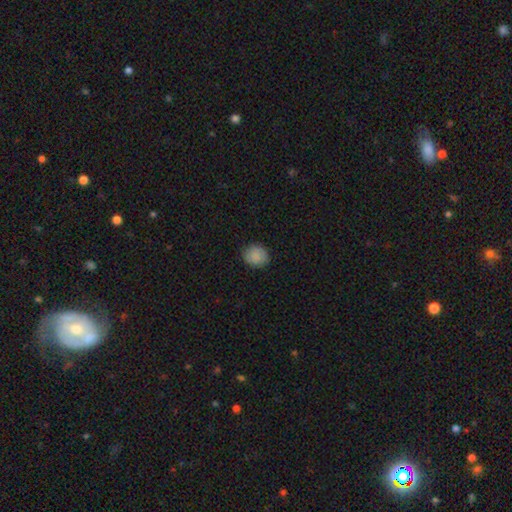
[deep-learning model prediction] The model was most divided on "how rounded": round: 73%, in between: 26%, cigar-shaped: 1%. More confident: smooth or featured — smooth (87%); merging — none (85%).